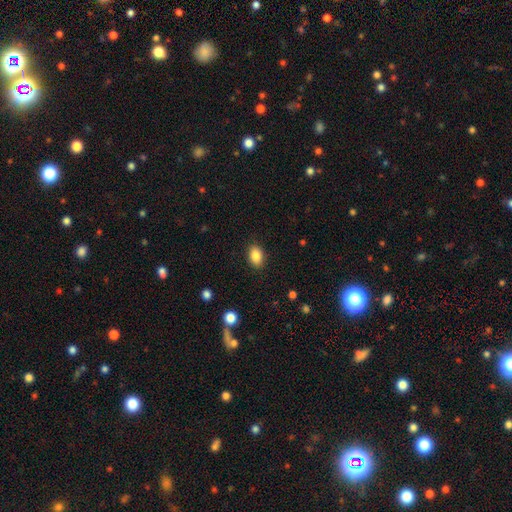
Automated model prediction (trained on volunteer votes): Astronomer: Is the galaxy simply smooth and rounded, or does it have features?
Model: smooth — 88%.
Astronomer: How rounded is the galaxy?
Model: in between — 85%.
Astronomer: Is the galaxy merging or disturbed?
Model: none — 88%.